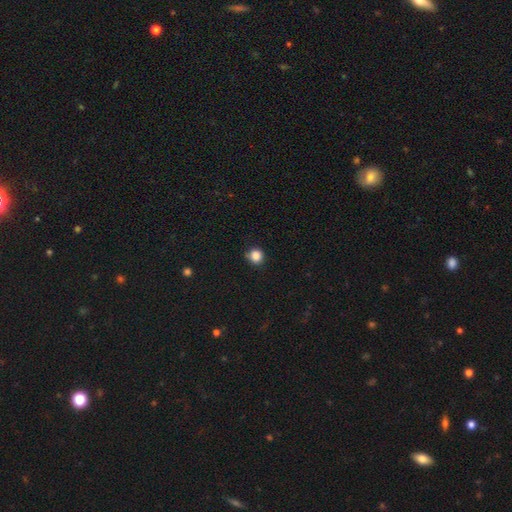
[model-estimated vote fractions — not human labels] This is clearly a smooth galaxy (85%). How rounded: clearly round (91%). Merging: clearly none (83%).